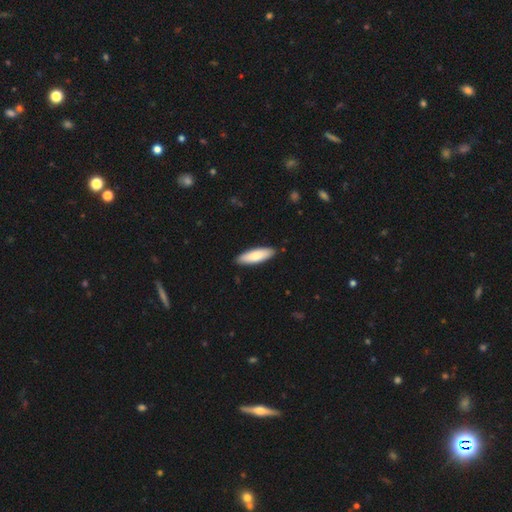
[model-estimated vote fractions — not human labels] This is likely a smooth galaxy (79%). How rounded: possibly cigar-shaped (50%). Merging: clearly none (89%).